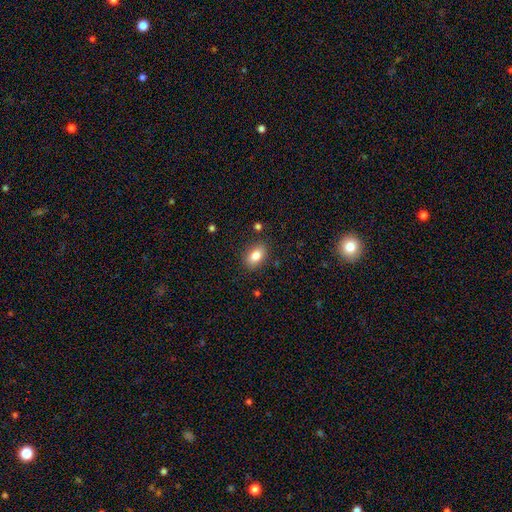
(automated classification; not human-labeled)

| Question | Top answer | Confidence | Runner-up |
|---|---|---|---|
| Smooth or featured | smooth | 82% | featured or disk (10%) |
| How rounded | in between | 87% | round (11%) |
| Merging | none | 85% | minor disturbance (10%) |